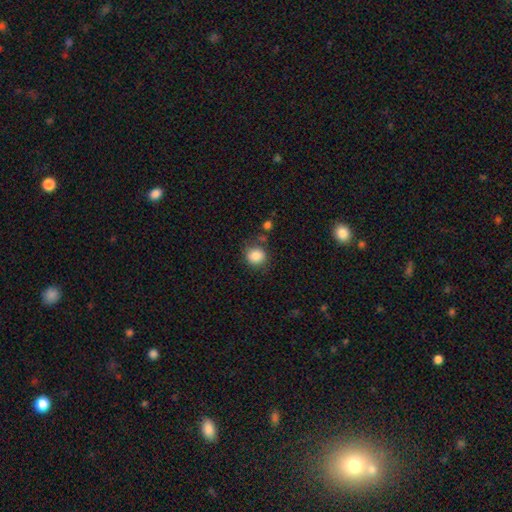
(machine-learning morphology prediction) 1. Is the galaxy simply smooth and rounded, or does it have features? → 87% smooth, 9% star or artifact, 5% featured or disk.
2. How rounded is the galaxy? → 82% round, 17% in between, 1% cigar-shaped.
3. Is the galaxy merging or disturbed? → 73% none, 16% minor disturbance, 6% merger, 5% major disturbance.